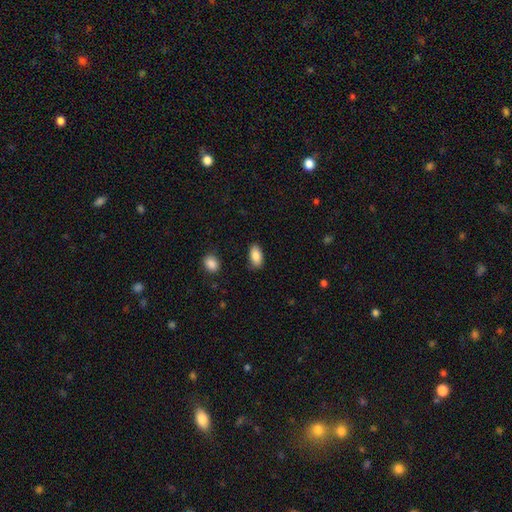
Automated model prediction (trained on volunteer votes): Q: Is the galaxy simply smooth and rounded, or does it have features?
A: smooth — 86%.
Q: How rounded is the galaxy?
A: in between — 92%.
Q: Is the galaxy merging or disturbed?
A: none — 85%.